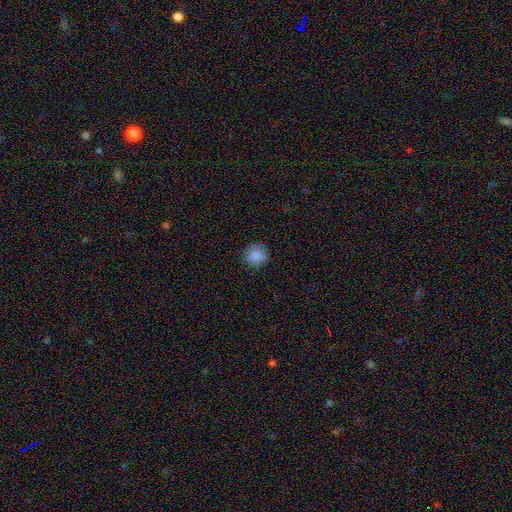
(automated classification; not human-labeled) smooth 86%, star or artifact 9%, featured or disk 5%. Down the decision tree: how rounded — round (92%); merging — none (86%).